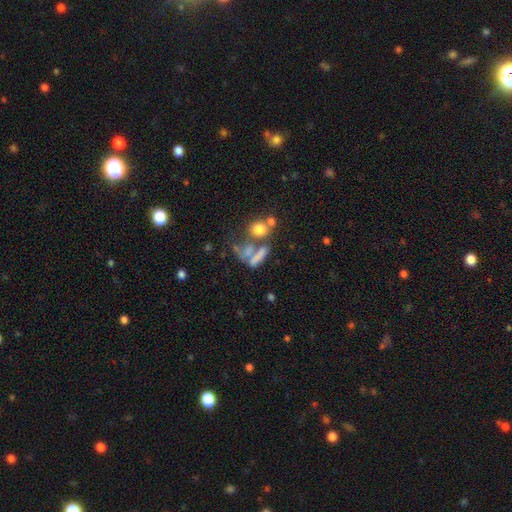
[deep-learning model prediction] A smooth galaxy with no disk features (58%) that is in between round and cigar-shaped (49%). Merging: merger (41%).